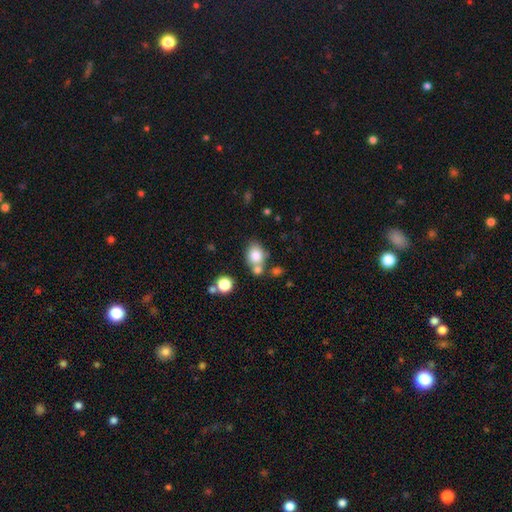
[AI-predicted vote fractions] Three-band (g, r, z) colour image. It shows a smooth galaxy with no disk features (81%) that is in between round and cigar-shaped (53%). Merging: none (52%).